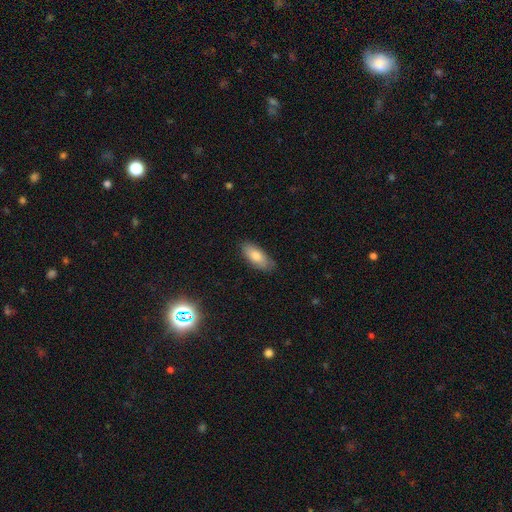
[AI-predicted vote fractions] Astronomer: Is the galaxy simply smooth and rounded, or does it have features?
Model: smooth — 79%.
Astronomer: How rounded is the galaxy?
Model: in between — 83%.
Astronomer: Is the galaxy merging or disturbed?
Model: none — 83%.